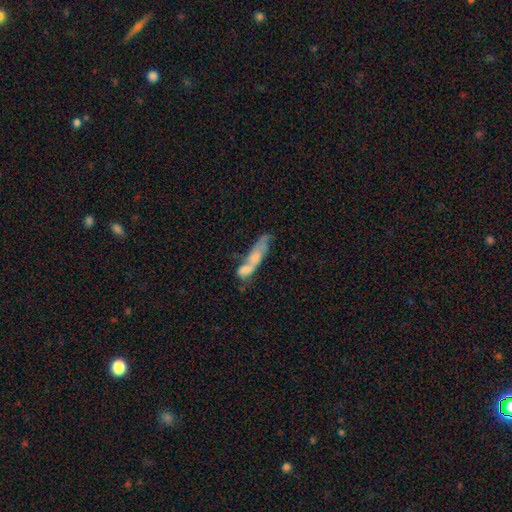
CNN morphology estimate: smooth_or_featured: smooth (p=0.56) [alt: featured or disk p=0.36]
how_rounded: cigar-shaped (p=0.62) [alt: in between p=0.35]
merging: merger (p=0.53) [alt: none p=0.19]